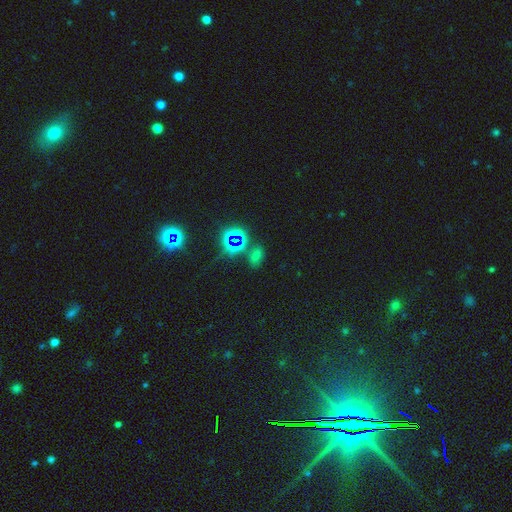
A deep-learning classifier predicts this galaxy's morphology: smooth_or_featured: star or artifact (p=0.49) [alt: smooth p=0.42]